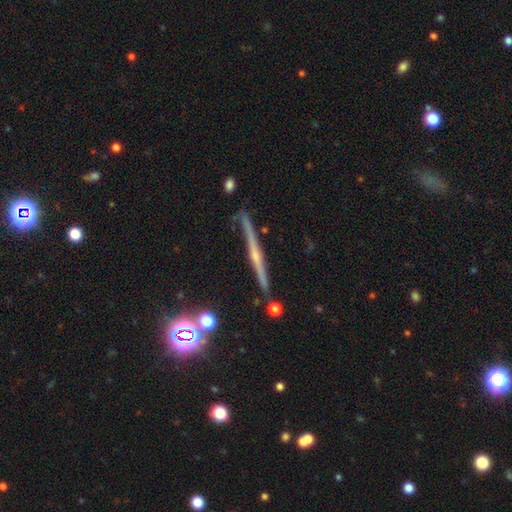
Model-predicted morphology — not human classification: The model was most divided on "edge-on bulge": rounded: 64%, none: 28%, boxy: 9%. More confident: edge-on disk — yes (97%); merging — none (85%); smooth or featured — featured or disk (74%).